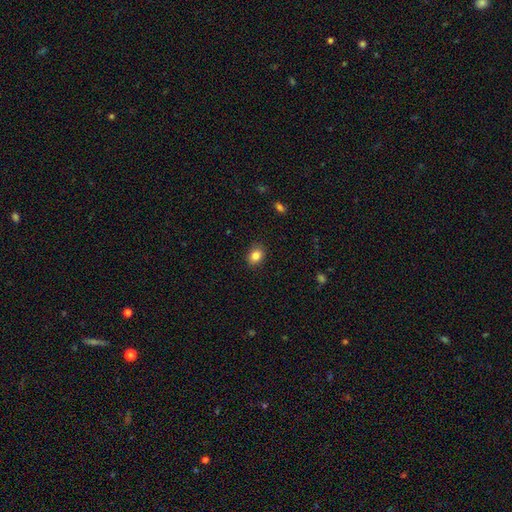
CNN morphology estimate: type=smooth (85%); roundness=in between (59%); merging=none (89%).